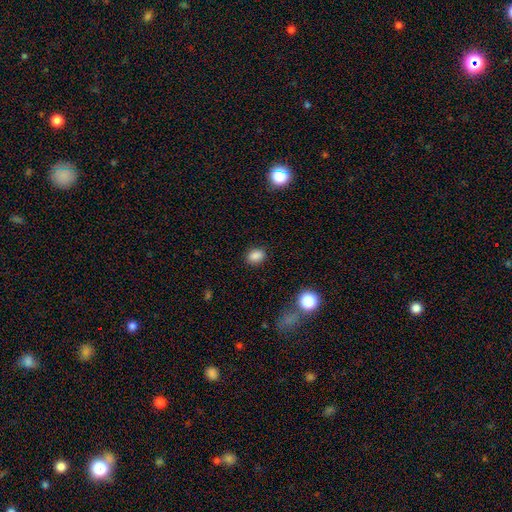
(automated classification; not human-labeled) This appears to be a smooth galaxy with no disk features (85%) that is in between round and cigar-shaped (65%). Merging: none (86%).